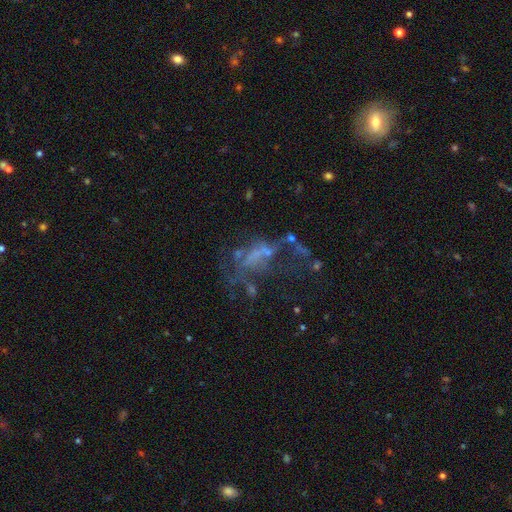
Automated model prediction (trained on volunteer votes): Smooth or featured? featured or disk (54%)
Edge-on disk? no (96%)
Bar? no (81%)
Spiral arms? no (84%)
Bulge size? none (75%)
Merging? major disturbance (44%)